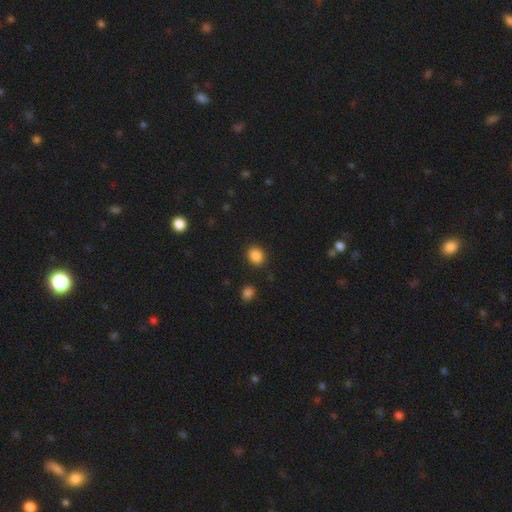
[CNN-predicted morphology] This appears to be a smooth galaxy with no disk features (86%) that is round (63%). Merging: none (88%).